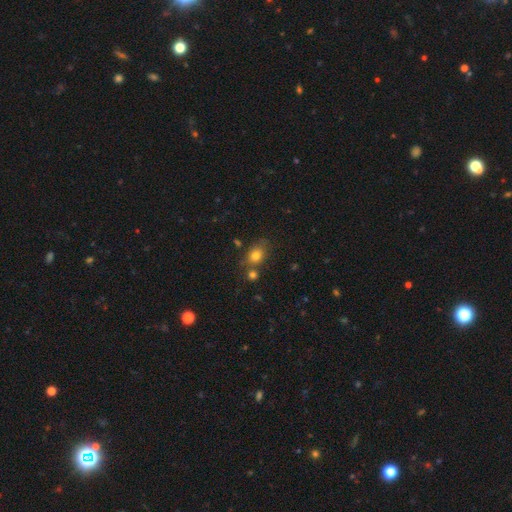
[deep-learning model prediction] Smooth or featured? smooth (79%)
How rounded? in between (54%)
Merging? none (59%)